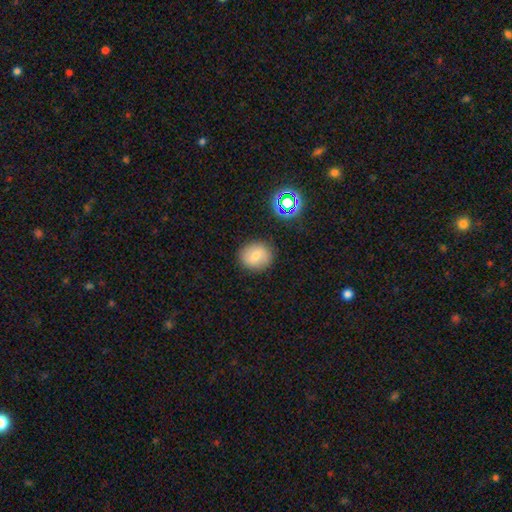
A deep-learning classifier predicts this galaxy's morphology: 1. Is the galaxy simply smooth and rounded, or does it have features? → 70% smooth, 18% featured or disk, 12% star or artifact.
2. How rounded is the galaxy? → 77% round, 22% in between, 1% cigar-shaped.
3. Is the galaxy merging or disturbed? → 86% none, 9% minor disturbance, 3% major disturbance, 2% merger.